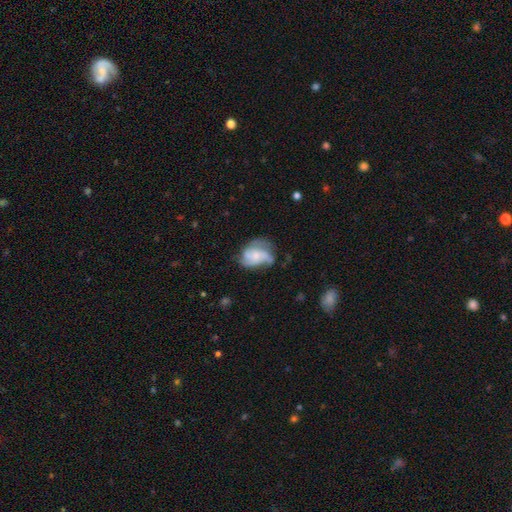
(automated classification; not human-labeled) The model was most divided on "bulge size": small: 45%, moderate: 33%, none: 15%, large: 5%, dominant: 2%. Remaining: edge-on disk — no (98%); spiral arms — yes (84%); bar — no (74%); smooth or featured — featured or disk (67%); spiral arm count — 3 (50%); spiral winding — medium (45%); merging — none (43%).